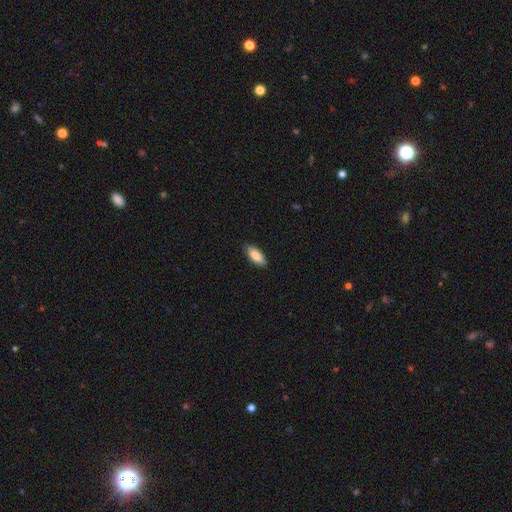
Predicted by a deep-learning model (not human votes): A smooth galaxy with no disk features (85%) that is in between round and cigar-shaped (80%). Merging: none (87%).